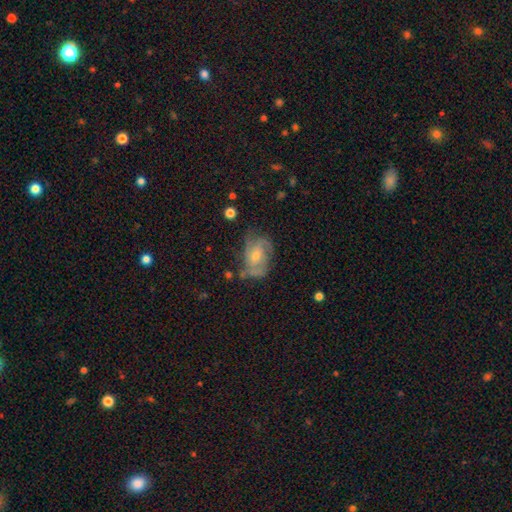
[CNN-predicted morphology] Smooth or featured? featured or disk (69%)
Edge-on disk? no (96%)
Bar? no (63%)
Spiral arms? yes (85%)
Spiral winding? medium (44%)
Spiral arm count? 2 (31%)
Bulge size? small (47%)
Merging? none (53%)